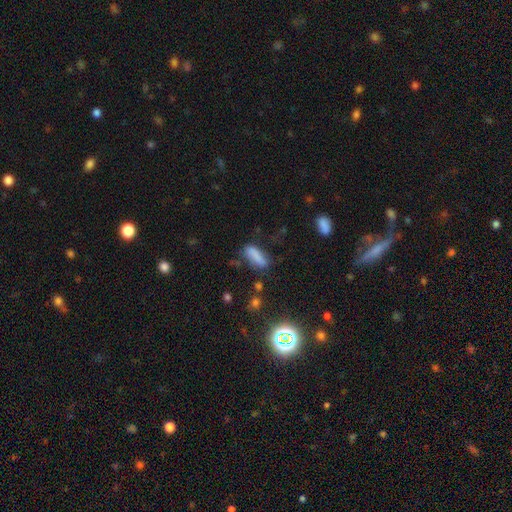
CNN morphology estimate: Smooth or featured? smooth (78%)
How rounded? in between (60%)
Merging? none (60%)